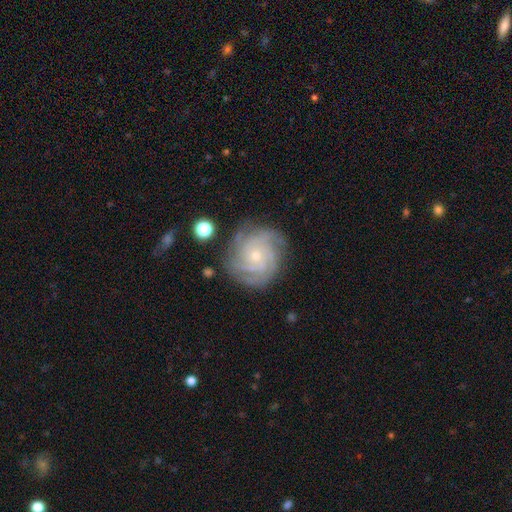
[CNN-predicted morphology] Overall: featured or disk (84%). Edge-on disk: no (98%). Bar: no (81%). Spiral arms: yes (97%). Spiral arm count: 4 (36%; 3 19%). Spiral winding: tight (70%). Bulge size: small (79%). Merging: none (80%).